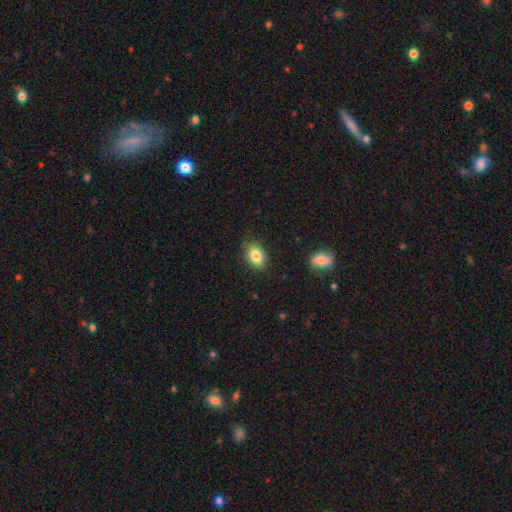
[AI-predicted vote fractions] The model was most divided on "how rounded": in between: 80%, round: 19%, cigar-shaped: 1%. More confident: merging — none (84%); smooth or featured — smooth (83%).